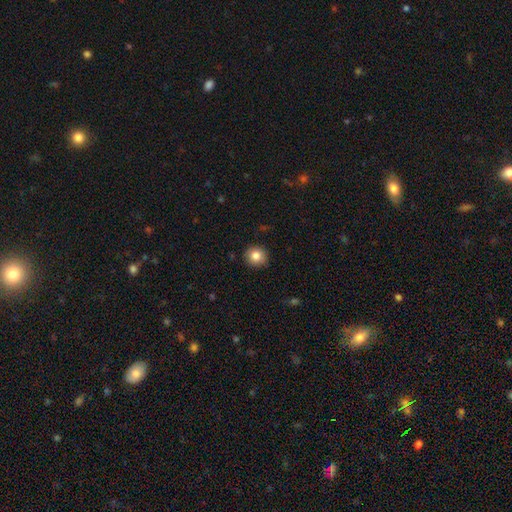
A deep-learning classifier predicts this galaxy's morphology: Smooth or featured? smooth (84%)
How rounded? round (91%)
Merging? none (90%)